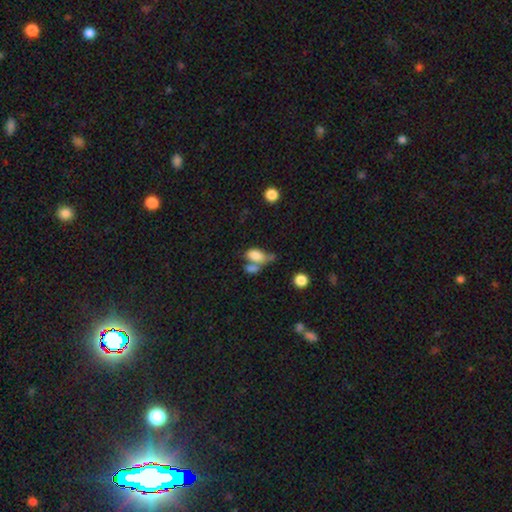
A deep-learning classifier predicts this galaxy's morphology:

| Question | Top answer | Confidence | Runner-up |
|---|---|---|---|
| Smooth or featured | smooth | 78% | featured or disk (13%) |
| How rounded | in between | 89% | round (7%) |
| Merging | merger | 48% | none (27%) |